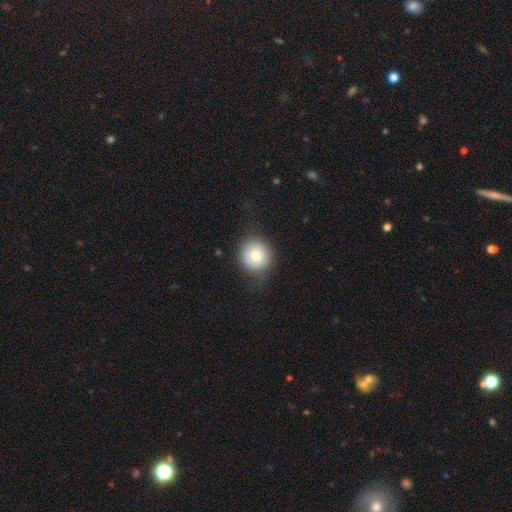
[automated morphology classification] Smooth or featured? smooth (74%)
How rounded? round (93%)
Merging? none (78%)